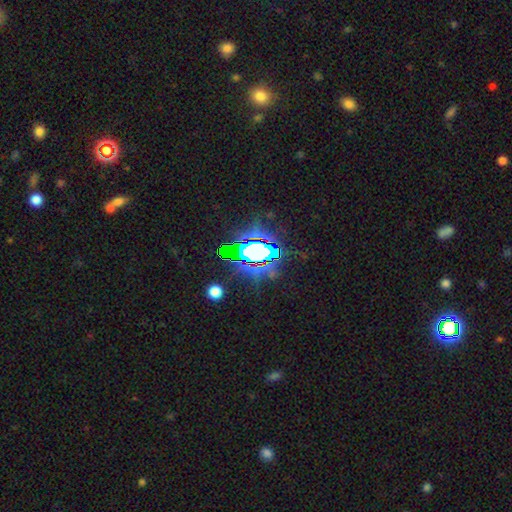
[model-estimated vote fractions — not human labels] Smooth or featured? star or artifact (72%)